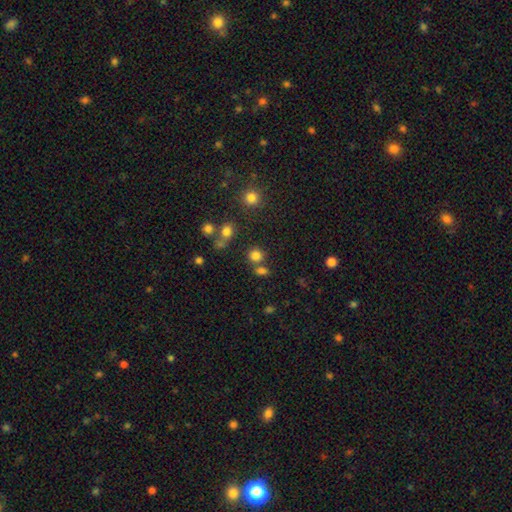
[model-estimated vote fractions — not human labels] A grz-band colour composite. It shows a smooth galaxy with no disk features (77%) that is round (84%). Merging: none (66%).